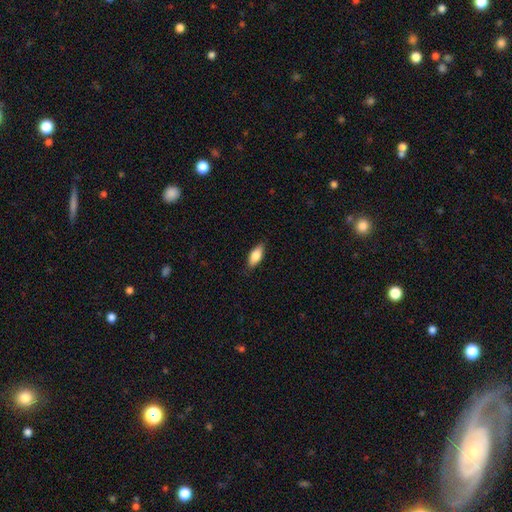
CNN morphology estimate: This appears to be a smooth galaxy with no disk features (79%) that is in between round and cigar-shaped (80%). Merging: none (85%).